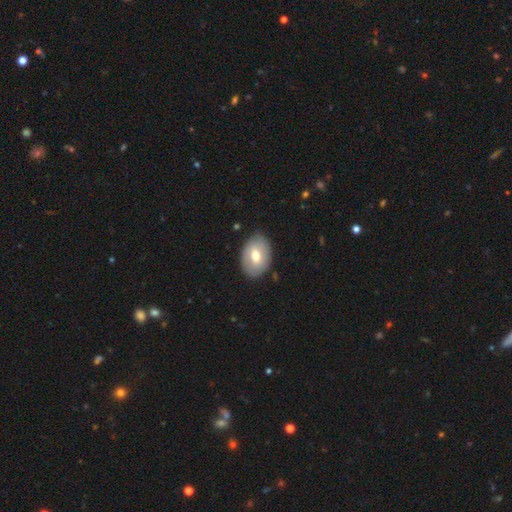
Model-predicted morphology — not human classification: This appears to be a smooth galaxy with no disk features (60%) that is in between round and cigar-shaped (80%). Merging: none (82%).